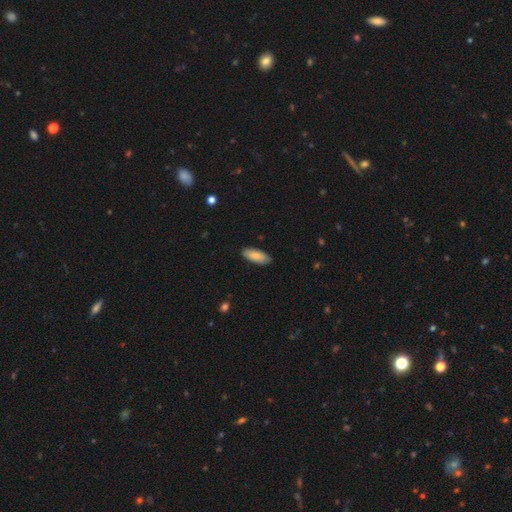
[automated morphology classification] Smooth or featured? Predicted: smooth (p=0.83). How rounded? Predicted: in between (p=0.81). Merging? Predicted: none (p=0.87).